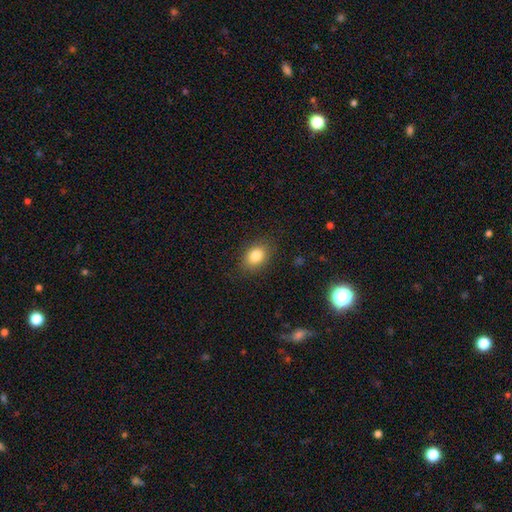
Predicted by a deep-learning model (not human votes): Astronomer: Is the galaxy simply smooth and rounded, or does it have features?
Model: smooth — 83%.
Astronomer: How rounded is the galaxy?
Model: in between — 71%.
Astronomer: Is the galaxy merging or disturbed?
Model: none — 84%.